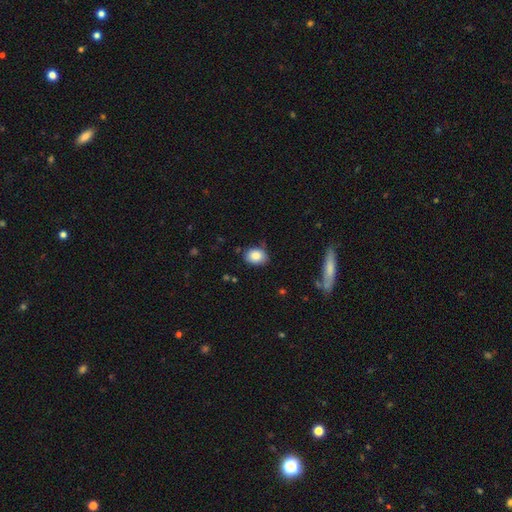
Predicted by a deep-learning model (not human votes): A smooth galaxy with no disk features (85%) that is in between round and cigar-shaped (64%). Merging: none (81%).